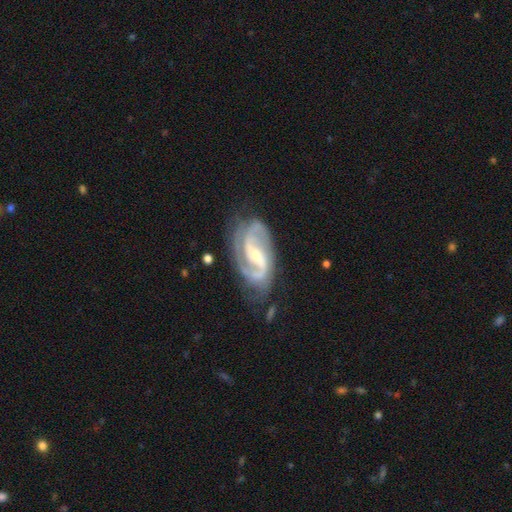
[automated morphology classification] A featured or disk galaxy (91%) with a weak bar (44%), 2 (82%) medium (54%) spiral arms (98%) and a small central bulge (57%). Merging: none (67%).